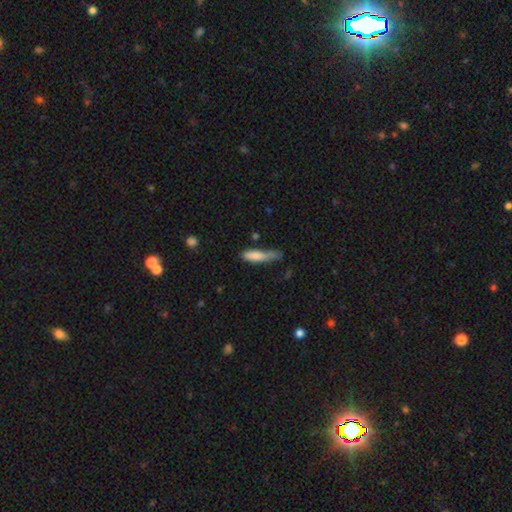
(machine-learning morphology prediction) A smooth galaxy with no disk features (78%) that is cigar-shaped (72%).

Vote fractions:
- Smooth or featured? smooth: 78% / featured or disk: 15% / star or artifact: 7%
- How rounded? cigar-shaped: 72% / in between: 26% / round: 2%
- Merging? none: 37% / minor disturbance: 35% / major disturbance: 18% / merger: 10%